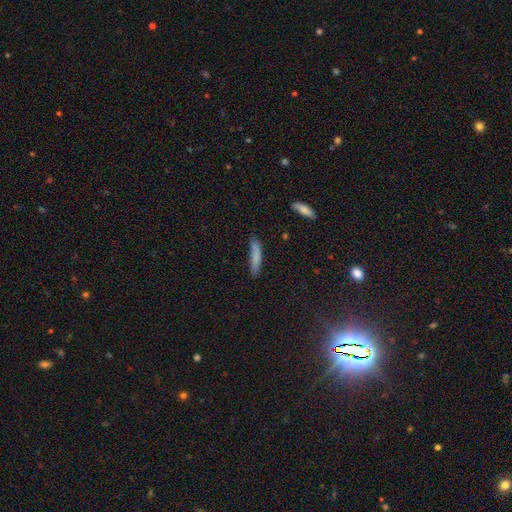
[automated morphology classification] Overall: smooth (79%). How rounded: cigar-shaped (87%). Merging: none (76%).